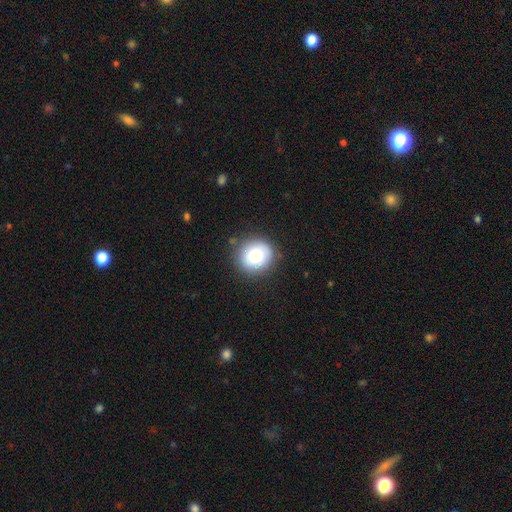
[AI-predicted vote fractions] Smooth or featured?
  - smooth: 80% *
  - featured or disk: 11%
  - star or artifact: 9%
How rounded?
  - round: 85% *
  - in between: 14%
  - cigar-shaped: 1%
Merging?
  - none: 84% *
  - minor disturbance: 11%
  - major disturbance: 3%
  - merger: 2%